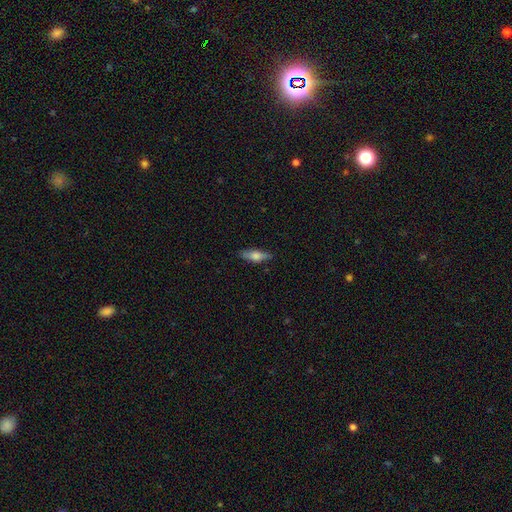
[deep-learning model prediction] smooth 56%, featured or disk 37%, star or artifact 7%. Down the decision tree: how rounded — cigar-shaped (50%); merging — none (86%).